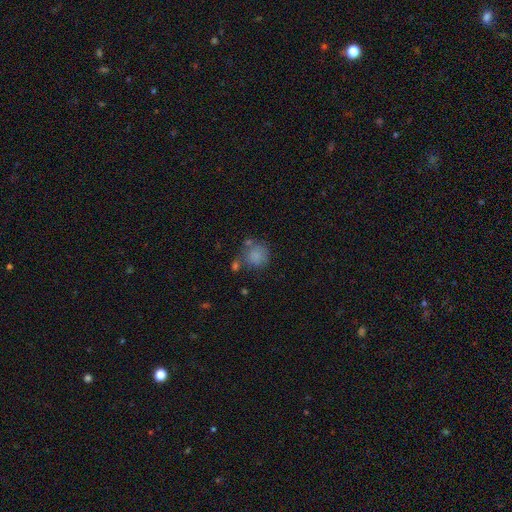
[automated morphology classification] This appears to be a smooth galaxy with no disk features (81%) that is round (85%). Merging: none (57%).